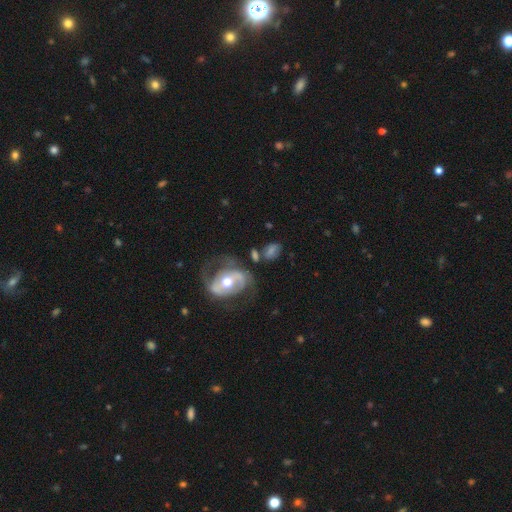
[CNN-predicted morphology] Smooth or featured? Predicted: featured or disk (p=0.70). Edge-on disk? Predicted: no (p=0.95). Bar? Predicted: no (p=0.49). Spiral arms? Predicted: yes (p=0.70). Bulge size? Predicted: moderate (p=0.75). Merging? Predicted: none (p=0.52).